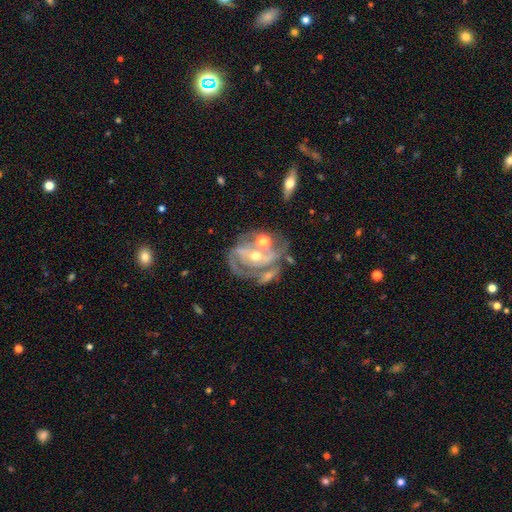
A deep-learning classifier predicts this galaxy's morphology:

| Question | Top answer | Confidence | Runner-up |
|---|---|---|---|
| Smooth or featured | featured or disk | 84% | smooth (8%) |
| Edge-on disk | no | 96% | yes (4%) |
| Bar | no | 42% | weak (31%) |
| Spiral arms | yes | 87% | no (13%) |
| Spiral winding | tight | 46% | medium (40%) |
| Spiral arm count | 2 | 53% | can't tell (19%) |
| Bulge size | moderate | 51% | small (44%) |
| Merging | none | 42% | merger (24%) |